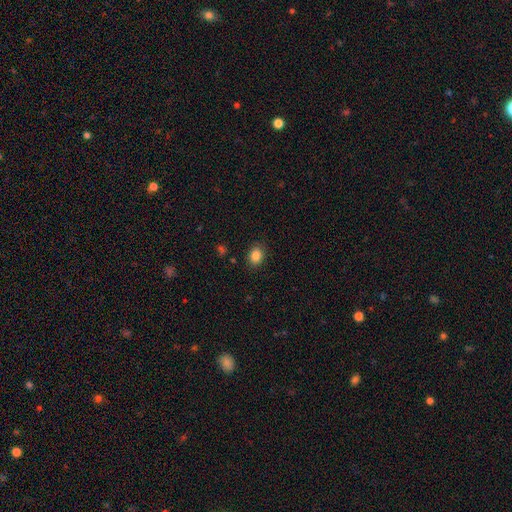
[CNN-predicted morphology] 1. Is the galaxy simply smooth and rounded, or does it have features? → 86% smooth, 10% star or artifact, 4% featured or disk.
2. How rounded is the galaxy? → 58% in between, 41% round, 1% cigar-shaped.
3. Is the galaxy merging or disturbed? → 85% none, 11% minor disturbance, 3% major disturbance, 1% merger.